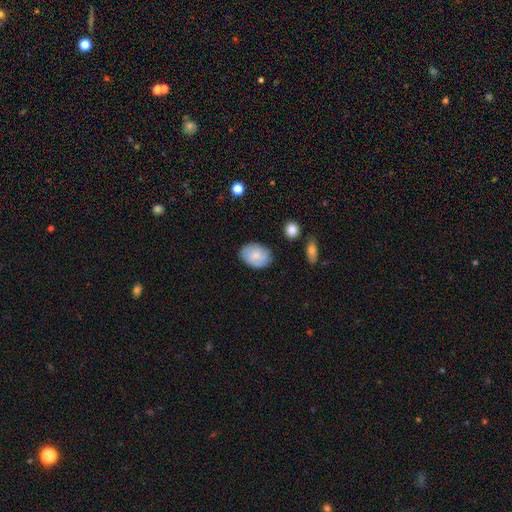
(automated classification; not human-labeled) The model was most divided on "smooth or featured": smooth: 61%, featured or disk: 31%, star or artifact: 7%. More confident: merging — none (78%); how rounded — in between (74%).